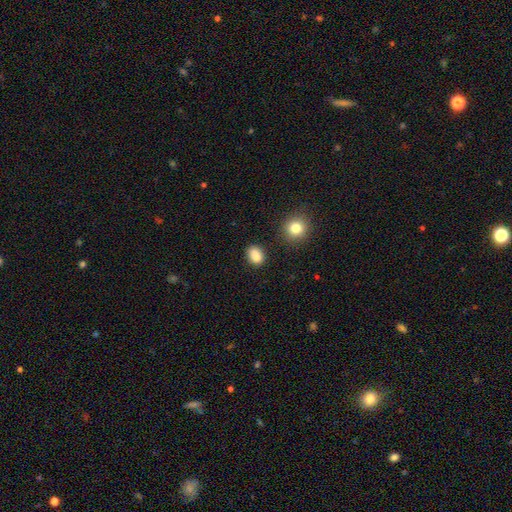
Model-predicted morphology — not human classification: Smooth or featured?
  - smooth: 85% *
  - star or artifact: 10%
  - featured or disk: 5%
How rounded?
  - in between: 65% *
  - round: 33%
  - cigar-shaped: 2%
Merging?
  - none: 77% *
  - minor disturbance: 13%
  - merger: 6%
  - major disturbance: 4%